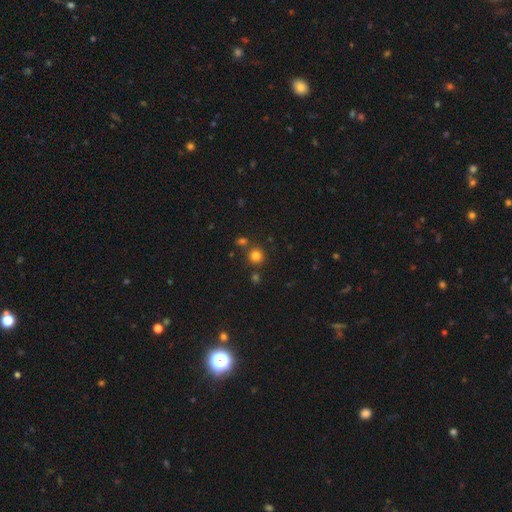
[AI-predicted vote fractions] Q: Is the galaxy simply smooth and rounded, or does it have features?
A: smooth — 80%.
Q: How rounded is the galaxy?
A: round — 91%.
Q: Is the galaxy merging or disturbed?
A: none — 78%.